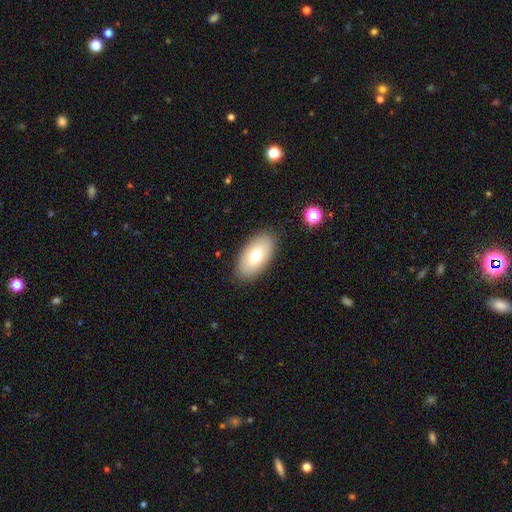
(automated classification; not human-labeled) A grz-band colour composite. It shows a smooth galaxy with no disk features (73%) that is in between round and cigar-shaped (94%). Merging: none (88%).